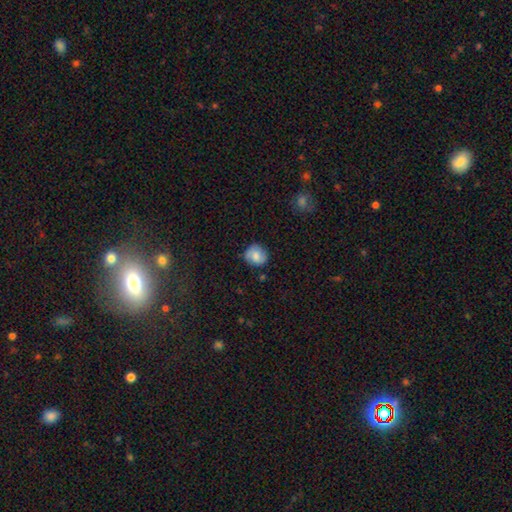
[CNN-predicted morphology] Overall: smooth (72%). How rounded: round (78%). Merging: none (73%).